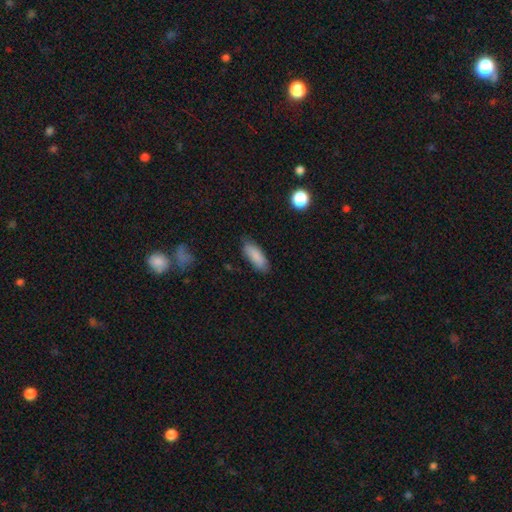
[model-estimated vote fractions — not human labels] Morphology: type=smooth (86%); roundness=in between (69%); merging=none (81%).